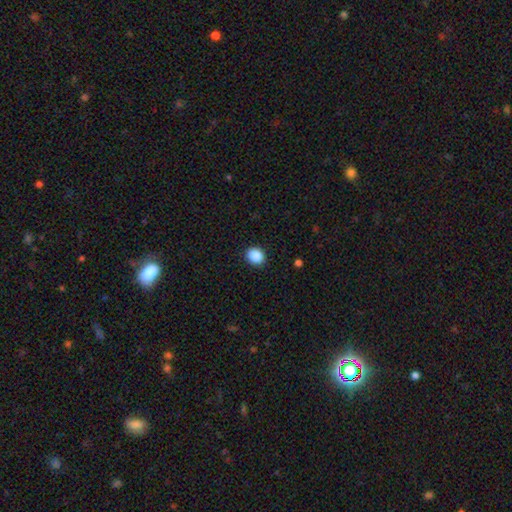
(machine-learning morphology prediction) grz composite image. It shows a smooth galaxy with no disk features (88%) that is round (70%). Merging: none (91%).